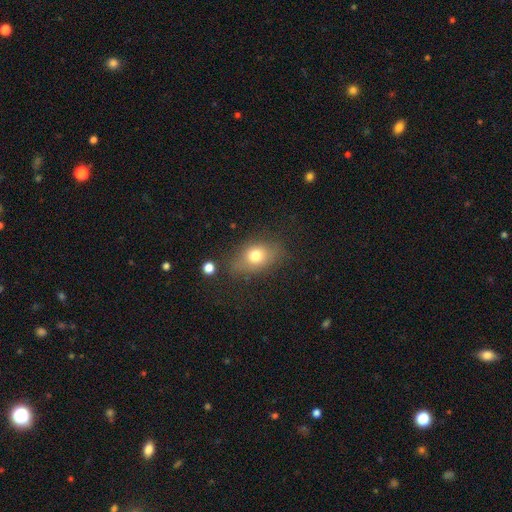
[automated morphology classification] Smooth or featured?
  - smooth: 73% *
  - featured or disk: 15%
  - star or artifact: 12%
How rounded?
  - in between: 67% *
  - round: 31%
  - cigar-shaped: 3%
Merging?
  - none: 67% *
  - minor disturbance: 21%
  - major disturbance: 9%
  - merger: 3%